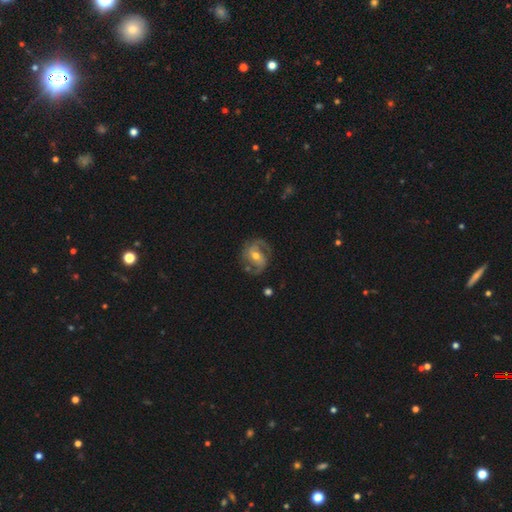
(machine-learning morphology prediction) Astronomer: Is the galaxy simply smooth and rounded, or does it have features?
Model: featured or disk — 85%.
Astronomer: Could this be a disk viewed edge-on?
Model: no — 98%.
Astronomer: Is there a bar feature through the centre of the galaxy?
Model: weak — 44% (runner-up: no, 38%).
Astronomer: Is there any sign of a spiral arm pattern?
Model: yes — 96%.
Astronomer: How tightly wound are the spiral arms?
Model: medium — 53%.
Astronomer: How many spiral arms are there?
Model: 2 — 80%.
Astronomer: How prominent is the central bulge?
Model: moderate — 67%.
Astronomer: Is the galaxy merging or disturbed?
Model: none — 72%.